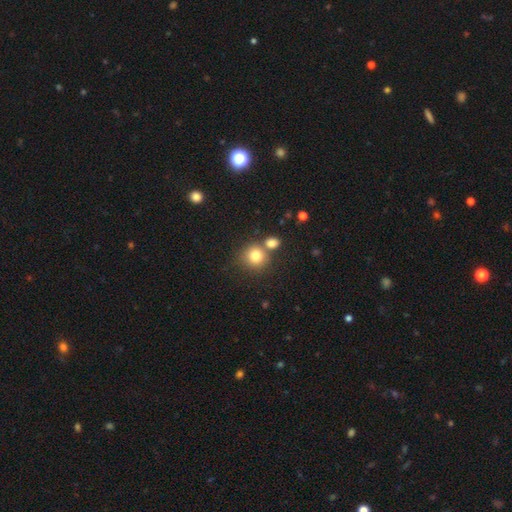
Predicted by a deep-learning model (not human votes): This is likely a smooth galaxy (79%). How rounded: clearly round (87%). Merging: likely none (60%).